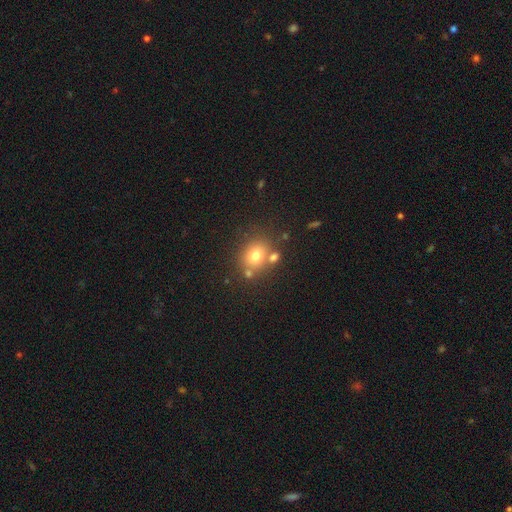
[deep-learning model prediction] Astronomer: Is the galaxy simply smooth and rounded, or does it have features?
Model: smooth — 73%.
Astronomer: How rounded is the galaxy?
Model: round — 66%.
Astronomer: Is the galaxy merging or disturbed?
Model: none — 66%.